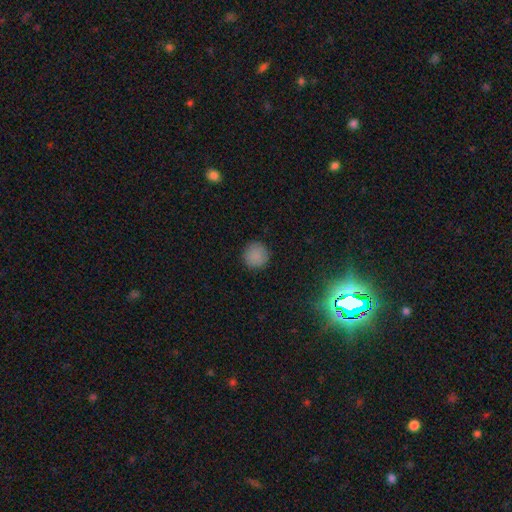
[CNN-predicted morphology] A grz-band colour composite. It shows a smooth galaxy with no disk features (86%) that is round (95%). Merging: none (90%).